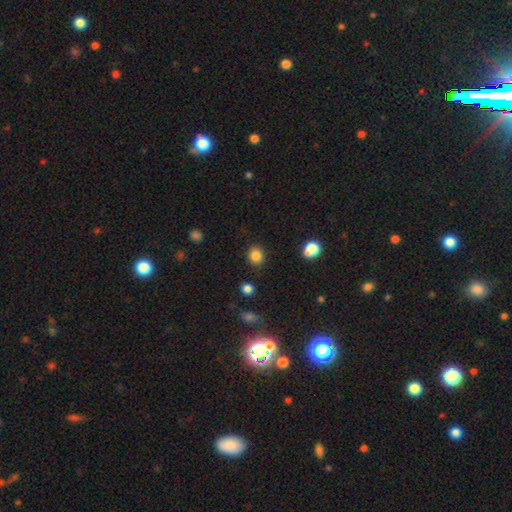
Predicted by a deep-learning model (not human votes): smooth 85%, star or artifact 11%, featured or disk 4%. Down the decision tree: how rounded — round (72%); merging — none (87%).